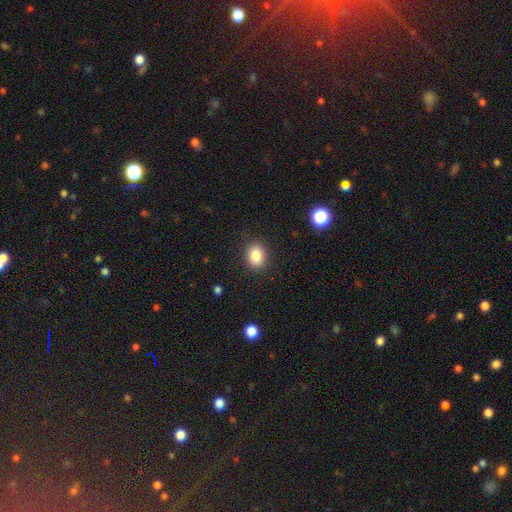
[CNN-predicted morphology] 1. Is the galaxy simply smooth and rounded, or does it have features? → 85% smooth, 10% star or artifact, 6% featured or disk.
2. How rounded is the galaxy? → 56% in between, 43% round, 1% cigar-shaped.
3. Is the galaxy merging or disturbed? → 87% none, 9% minor disturbance, 3% major disturbance, 1% merger.